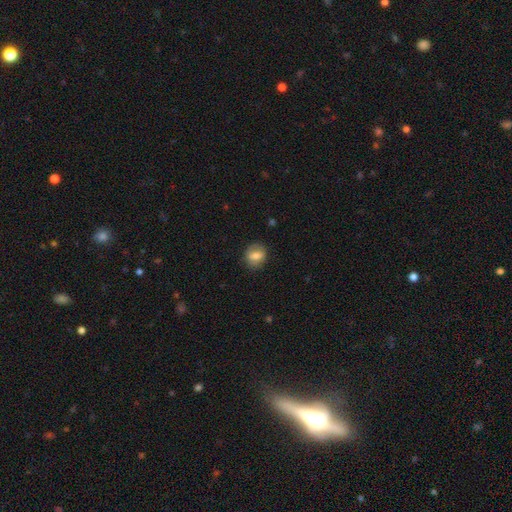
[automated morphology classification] A smooth galaxy with no disk features (69%) that is round (63%).

Vote fractions:
- Smooth or featured? smooth: 69% / featured or disk: 22% / star or artifact: 8%
- How rounded? round: 63% / in between: 36% / cigar-shaped: 2%
- Merging? none: 82% / minor disturbance: 13% / major disturbance: 4% / merger: 1%